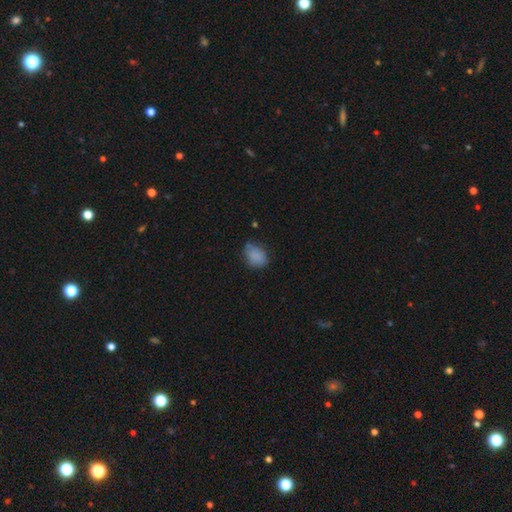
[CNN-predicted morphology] smooth-or-featured: smooth: 84% | star or artifact: 9% | featured or disk: 7%
  how-rounded: in between: 68% | round: 31% | cigar-shaped: 1%
  merging: none: 62% | minor disturbance: 29% | major disturbance: 7% | merger: 2%